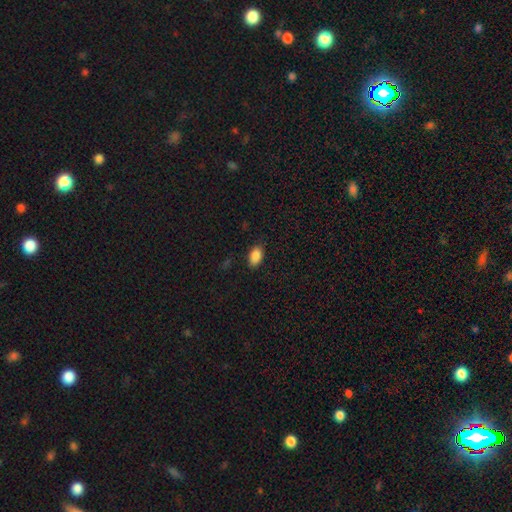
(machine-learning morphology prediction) smooth_or_featured: smooth (p=0.88) [alt: star or artifact p=0.08]
how_rounded: in between (p=0.91) [alt: round p=0.07]
merging: none (p=0.85) [alt: minor disturbance p=0.11]